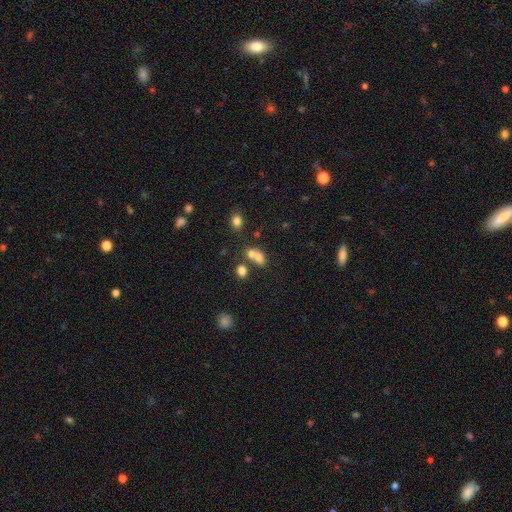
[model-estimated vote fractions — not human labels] Q: Smooth or featured?
A: smooth (71%); runner-up: star or artifact (15%)
Q: How rounded?
A: in between (60%); runner-up: round (38%)
Q: Merging?
A: merger (54%); runner-up: none (32%)